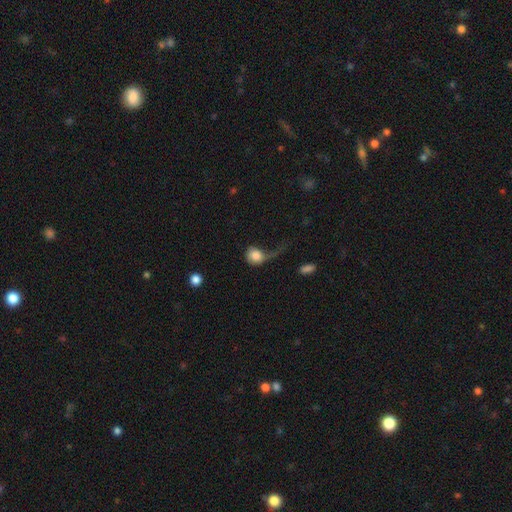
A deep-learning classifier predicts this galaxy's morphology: Smooth or featured?
  - smooth: 72% *
  - featured or disk: 20%
  - star or artifact: 8%
How rounded?
  - round: 74% *
  - in between: 24%
  - cigar-shaped: 2%
Merging?
  - major disturbance: 57% *
  - none: 20%
  - minor disturbance: 17%
  - merger: 7%